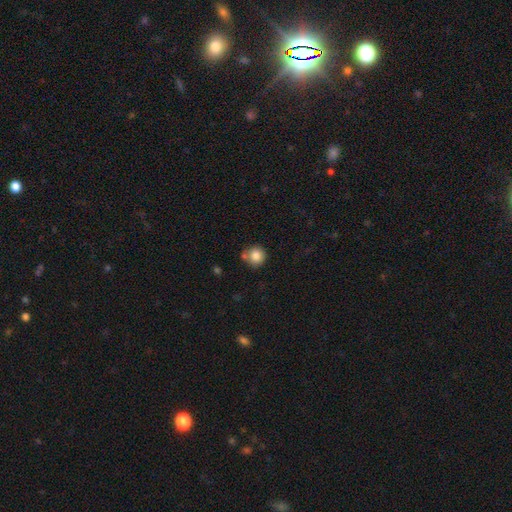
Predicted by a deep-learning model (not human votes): This is clearly a smooth galaxy (84%). How rounded: clearly round (92%). Merging: likely none (66%).